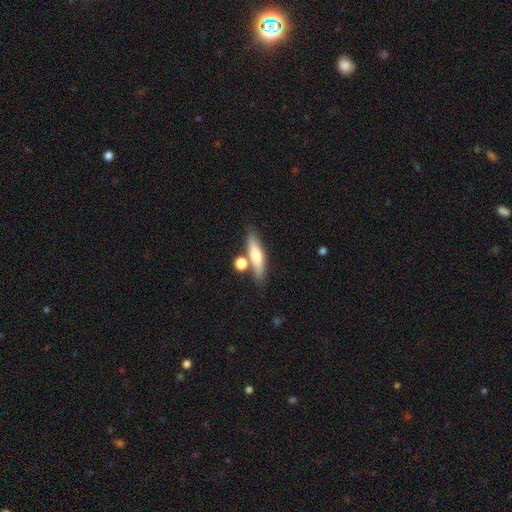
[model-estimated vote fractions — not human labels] smooth-or-featured: smooth: 60% | featured or disk: 33% | star or artifact: 7%
  how-rounded: cigar-shaped: 67% | in between: 28% | round: 5%
  merging: none: 68% | merger: 16% | minor disturbance: 12% | major disturbance: 4%